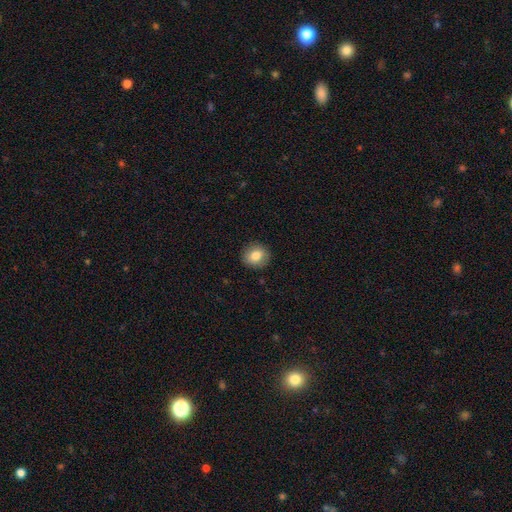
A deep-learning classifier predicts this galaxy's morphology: Q: Smooth or featured?
A: smooth (82%); runner-up: featured or disk (9%)
Q: How rounded?
A: round (83%); runner-up: in between (16%)
Q: Merging?
A: none (90%); runner-up: minor disturbance (7%)